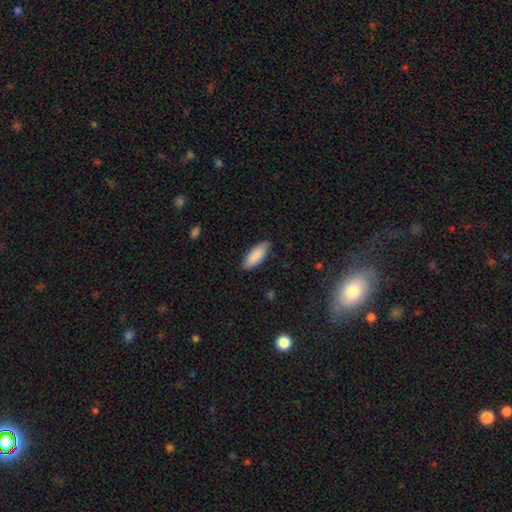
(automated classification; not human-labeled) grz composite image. It shows a smooth galaxy with no disk features (88%) that is in between round and cigar-shaped (75%). Merging: none (84%).